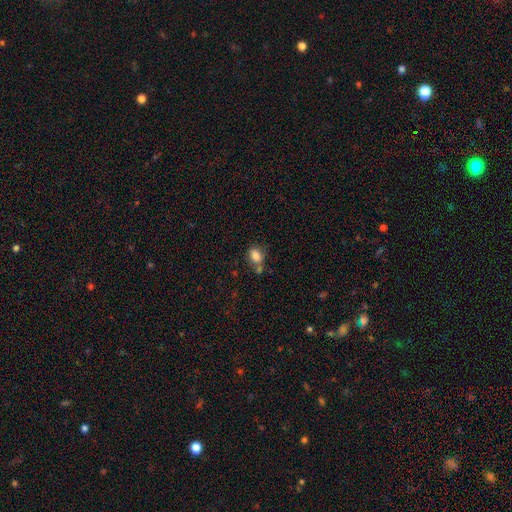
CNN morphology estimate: Smooth or featured? smooth (83%)
How rounded? in between (62%)
Merging? none (55%)